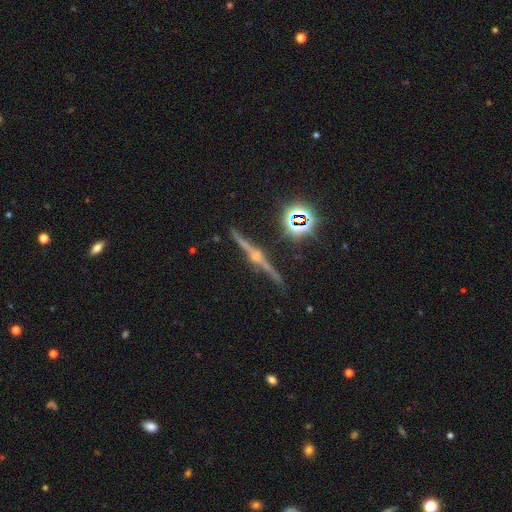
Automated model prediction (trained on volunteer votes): Morphology: type=featured or disk (81%); edge-on=yes (98%); edge-on bulge=rounded (92%); merging=none (88%).